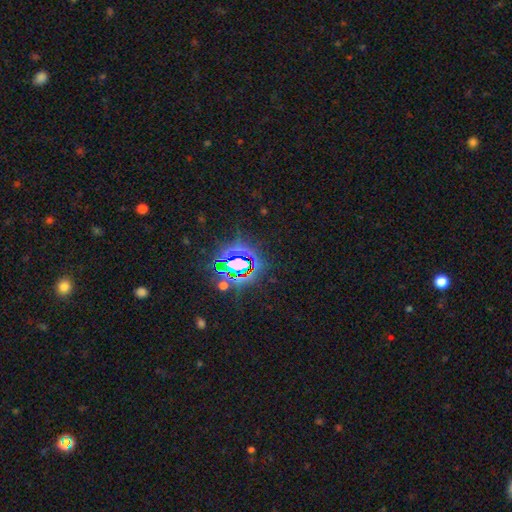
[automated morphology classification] This is likely a star or artifact rather than a galaxy (79%).